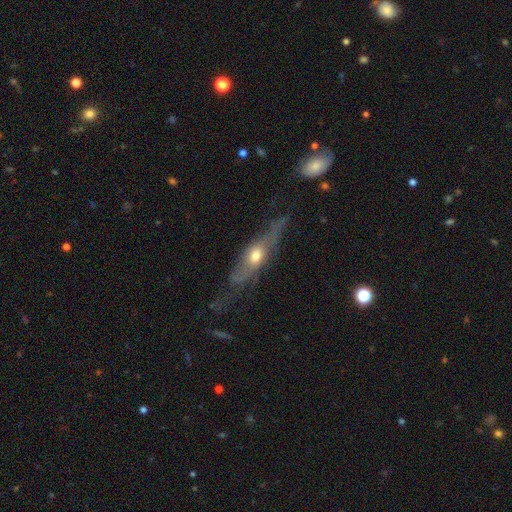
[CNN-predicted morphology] The model was most divided on "merging": none: 53%, minor disturbance: 25%, major disturbance: 19%, merger: 3%. More confident: edge-on disk — yes (66%); smooth or featured — featured or disk (62%).